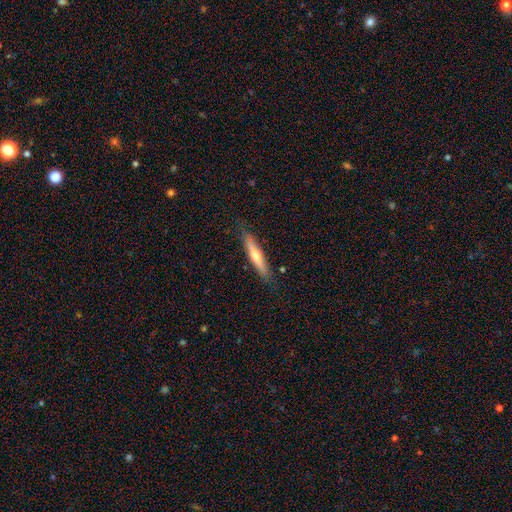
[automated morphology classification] A smooth galaxy with no disk features (50%) that is cigar-shaped (87%). Merging: none (83%).